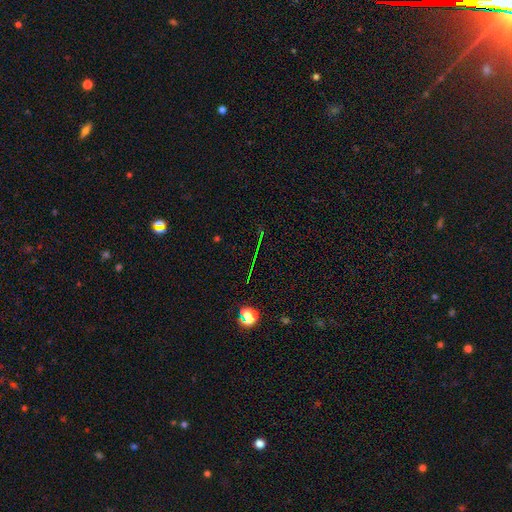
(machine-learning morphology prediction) This appears to be a star or artifact, not a galaxy (72%).